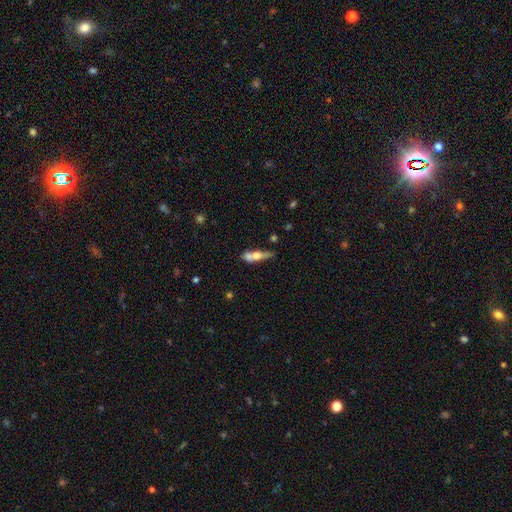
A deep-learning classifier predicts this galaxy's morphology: Overall: smooth (47%; featured or disk 46%). Merging: none (42%; merger 33%).